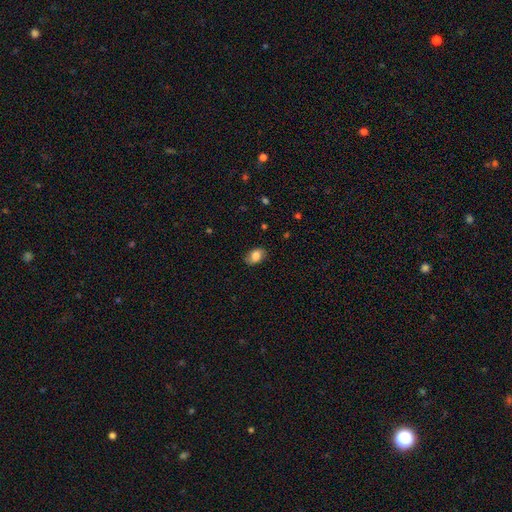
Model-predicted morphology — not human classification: type=smooth (79%); roundness=in between (83%); merging=none (79%).